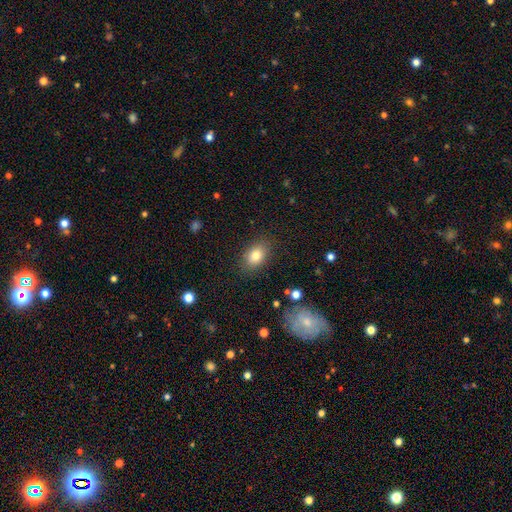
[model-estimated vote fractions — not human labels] Smooth or featured? Predicted: smooth (p=0.81). How rounded? Predicted: in between (p=0.77). Merging? Predicted: none (p=0.85).